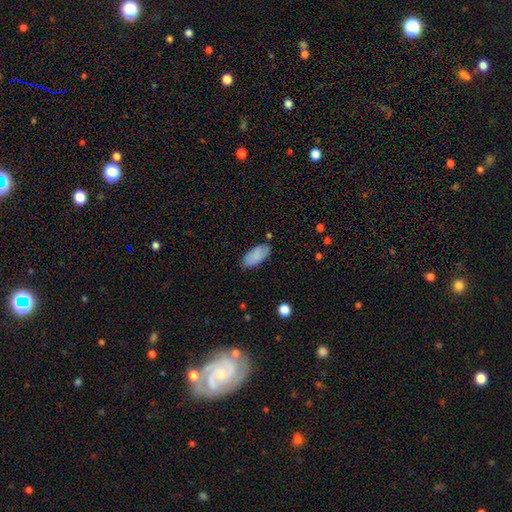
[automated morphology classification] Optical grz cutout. It shows a smooth galaxy with no disk features (82%) that is in between round and cigar-shaped (92%). Merging: none (75%).